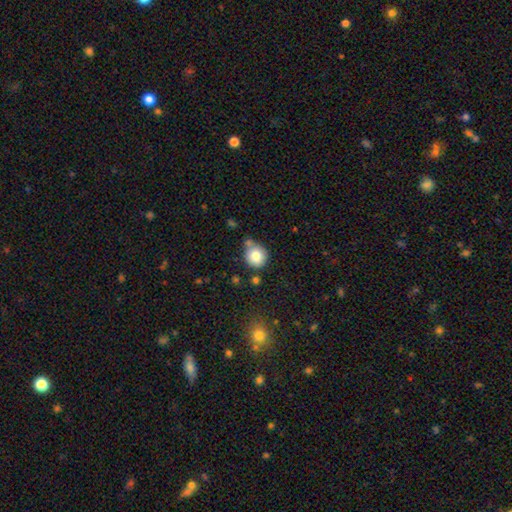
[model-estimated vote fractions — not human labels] A smooth galaxy with no disk features (81%) that is round (88%).

Vote fractions:
- Smooth or featured? smooth: 81% / star or artifact: 10% / featured or disk: 10%
- How rounded? round: 88% / in between: 11% / cigar-shaped: 1%
- Merging? none: 65% / minor disturbance: 16% / merger: 15% / major disturbance: 4%